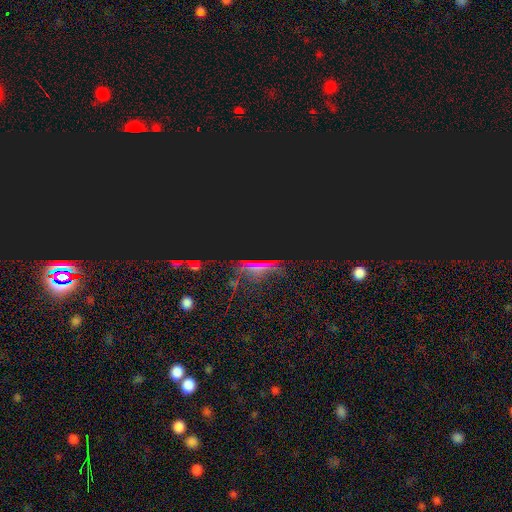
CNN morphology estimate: Smooth or featured: star or artifact — 74% (smooth — 15%)